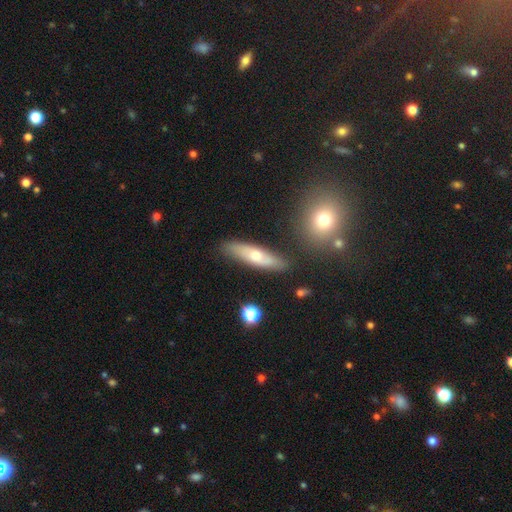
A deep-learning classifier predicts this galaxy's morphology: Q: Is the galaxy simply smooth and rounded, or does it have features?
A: smooth — 51%.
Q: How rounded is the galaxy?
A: cigar-shaped — 68%.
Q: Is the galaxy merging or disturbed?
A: none — 81%.